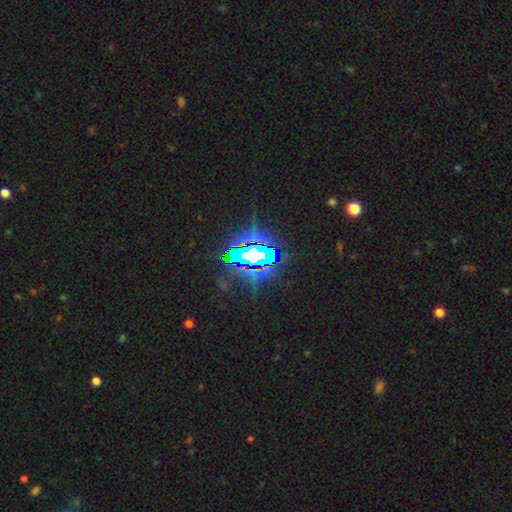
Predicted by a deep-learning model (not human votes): Q: Smooth or featured?
A: star or artifact (73%); runner-up: featured or disk (17%)